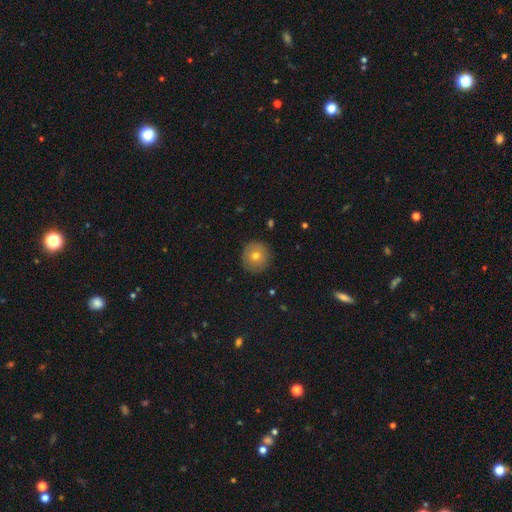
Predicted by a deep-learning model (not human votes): smooth 72%, featured or disk 18%, star or artifact 10%. Down the decision tree: how rounded — round (95%); merging — none (90%).